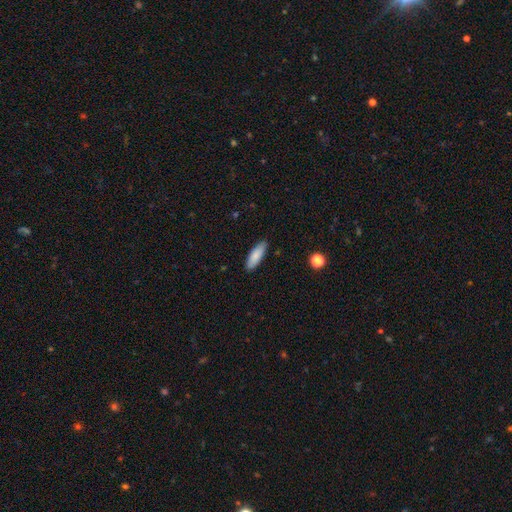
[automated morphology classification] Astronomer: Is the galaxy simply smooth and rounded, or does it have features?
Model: smooth — 86%.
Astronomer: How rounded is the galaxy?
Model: in between — 56% (runner-up: cigar-shaped, 43%).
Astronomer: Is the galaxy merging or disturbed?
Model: none — 88%.